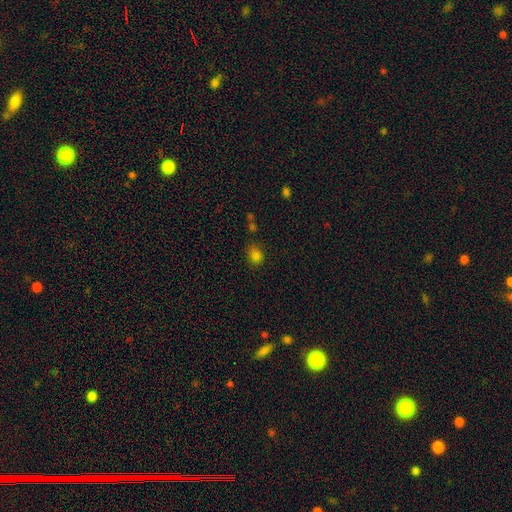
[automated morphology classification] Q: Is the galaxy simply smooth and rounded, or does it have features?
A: smooth — 78%.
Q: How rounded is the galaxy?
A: round — 56%.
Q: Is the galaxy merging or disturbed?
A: none — 71%.